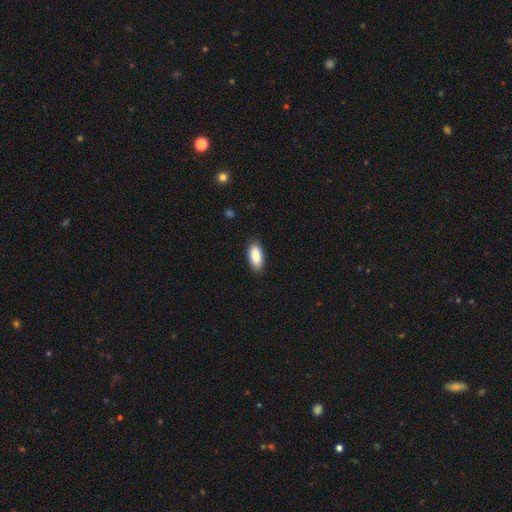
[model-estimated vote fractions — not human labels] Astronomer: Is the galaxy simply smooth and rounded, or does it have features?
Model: smooth — 90%.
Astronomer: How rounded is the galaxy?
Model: in between — 90%.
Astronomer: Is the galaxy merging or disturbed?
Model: none — 88%.